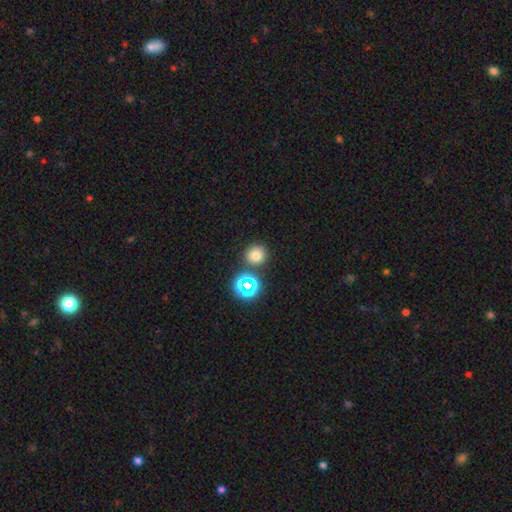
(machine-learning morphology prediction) smooth 72%, star or artifact 20%, featured or disk 8%. Down the decision tree: how rounded — round (91%); merging — none (83%).